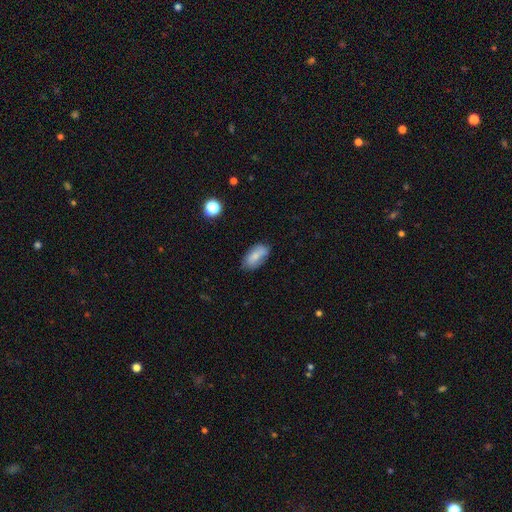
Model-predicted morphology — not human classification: smooth-or-featured: smooth: 77% | featured or disk: 15% | star or artifact: 8%
  how-rounded: in between: 91% | cigar-shaped: 5% | round: 4%
  merging: none: 71% | minor disturbance: 22% | major disturbance: 5% | merger: 2%